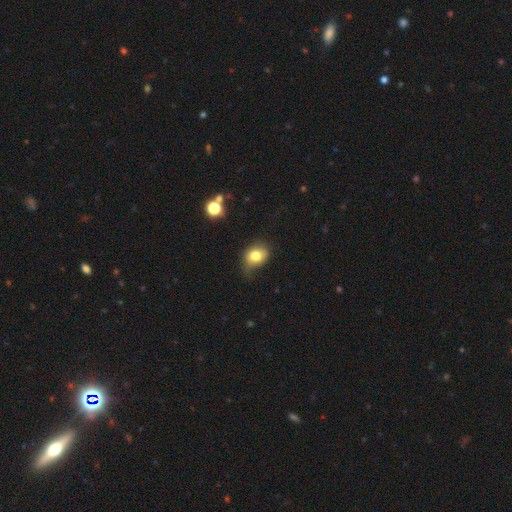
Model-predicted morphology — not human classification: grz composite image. It shows a smooth galaxy with no disk features (78%) that is in between round and cigar-shaped (55%). Merging: none (49%).